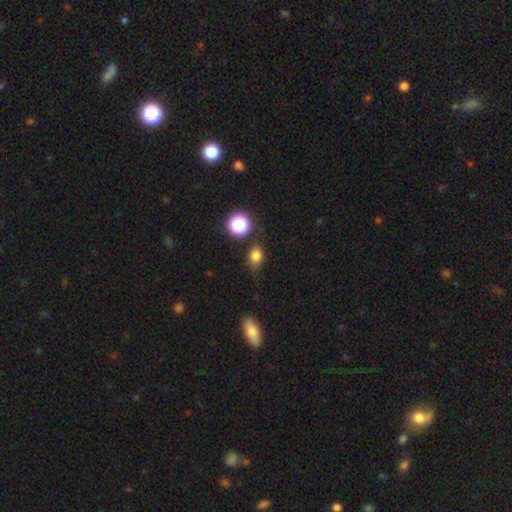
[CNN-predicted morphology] Smooth or featured? Predicted: smooth (p=0.78). How rounded? Predicted: round (p=0.51). Merging? Predicted: none (p=0.65).